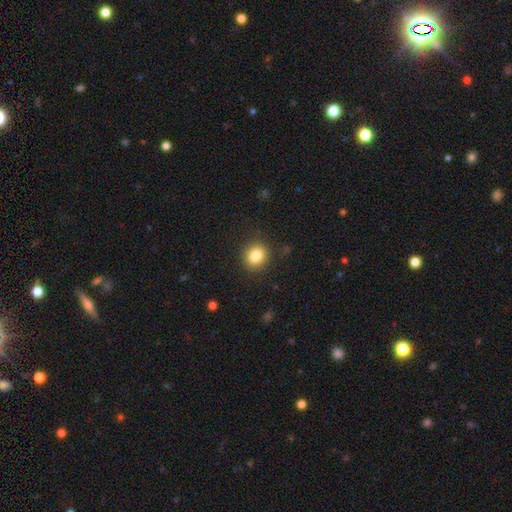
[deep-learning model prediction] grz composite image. It shows a smooth galaxy with no disk features (83%) that is round (71%). Merging: none (88%).